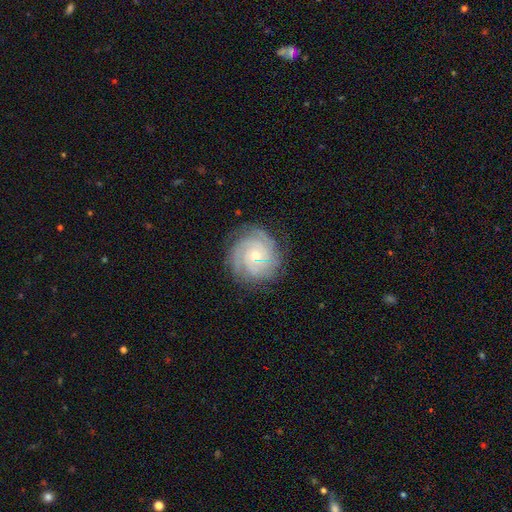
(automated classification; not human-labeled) Overall: featured or disk (85%). Edge-on disk: no (98%). Bar: no (73%). Spiral arms: yes (98%). Spiral arm count: 3 (29%; can't tell 24%). Spiral winding: tight (80%). Bulge size: small (53%; moderate 43%). Merging: none (82%).